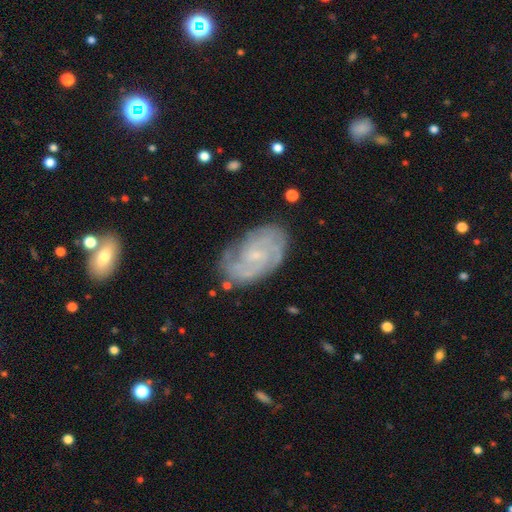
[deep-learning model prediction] smooth_or_featured: featured or disk (p=0.81) [alt: smooth p=0.12]
disk_edge_on: no (p=0.97) [alt: yes p=0.03]
bar: no (p=0.58) [alt: weak p=0.36]
has_spiral_arms: yes (p=0.95) [alt: no p=0.05]
spiral_winding: tight (p=0.62) [alt: medium p=0.30]
spiral_arm_count: 2 (p=0.37) [alt: can't tell p=0.28]
bulge_size: small (p=0.74) [alt: moderate p=0.14]
merging: none (p=0.75) [alt: minor disturbance p=0.18]